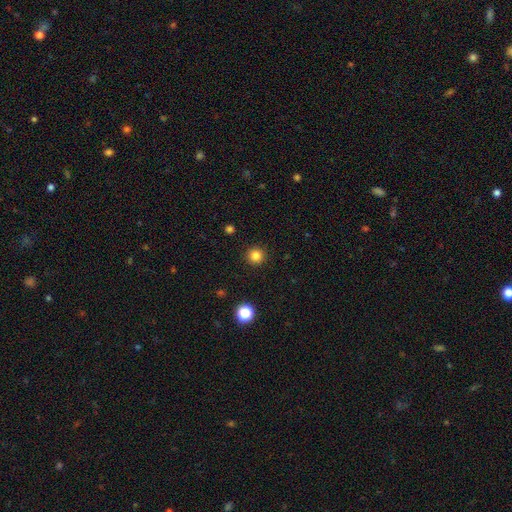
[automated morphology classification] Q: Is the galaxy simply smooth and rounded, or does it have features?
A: smooth — 83%.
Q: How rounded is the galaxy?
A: round — 96%.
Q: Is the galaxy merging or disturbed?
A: none — 92%.